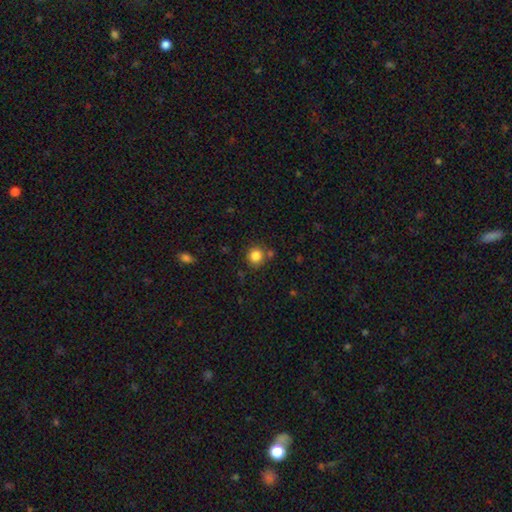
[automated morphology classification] The model was most divided on "merging": none: 78%, minor disturbance: 10%, merger: 9%, major disturbance: 3%. More confident: how rounded — round (89%); smooth or featured — smooth (84%).